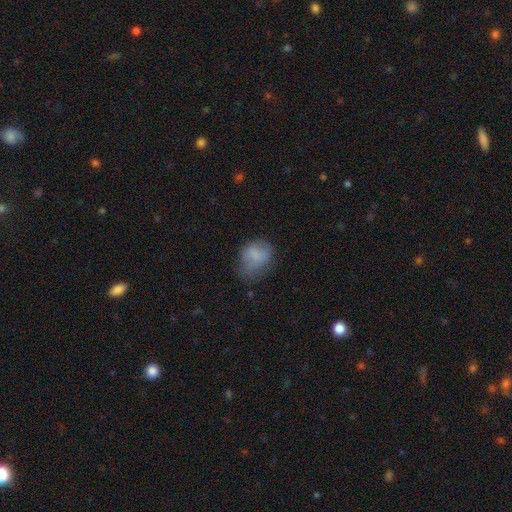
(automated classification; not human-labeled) Overall: smooth (72%). How rounded: in between (59%; round 40%). Merging: none (42%; minor disturbance 34%).